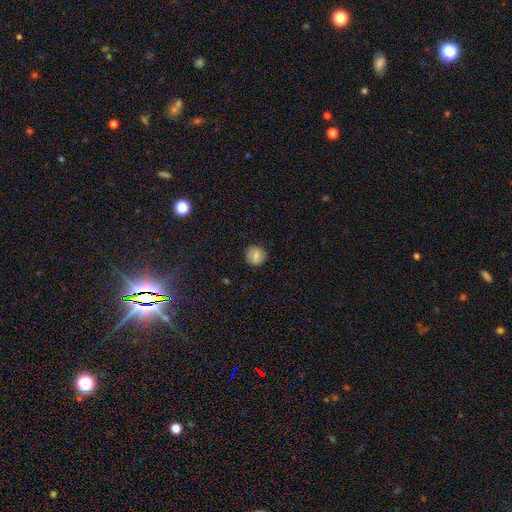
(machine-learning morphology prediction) A smooth galaxy with no disk features (74%) that is round (91%).

Vote fractions:
- Smooth or featured? smooth: 74% / featured or disk: 16% / star or artifact: 9%
- How rounded? round: 91% / in between: 8% / cigar-shaped: 1%
- Merging? none: 86% / minor disturbance: 10% / major disturbance: 3% / merger: 1%